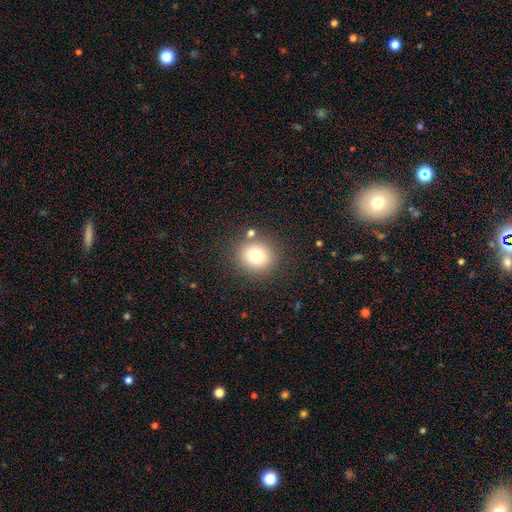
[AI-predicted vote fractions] Smooth or featured: smooth — 76% (star or artifact — 13%)
How rounded: round — 85% (in between — 14%)
Merging: none — 82% (minor disturbance — 8%)